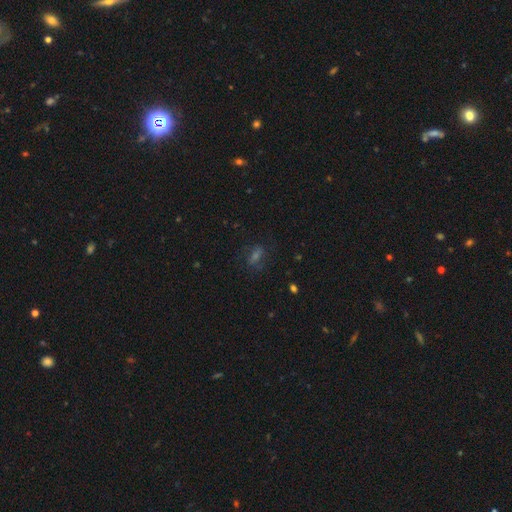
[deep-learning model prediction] This is marginally a smooth galaxy (43%). Merging: likely none (72%).